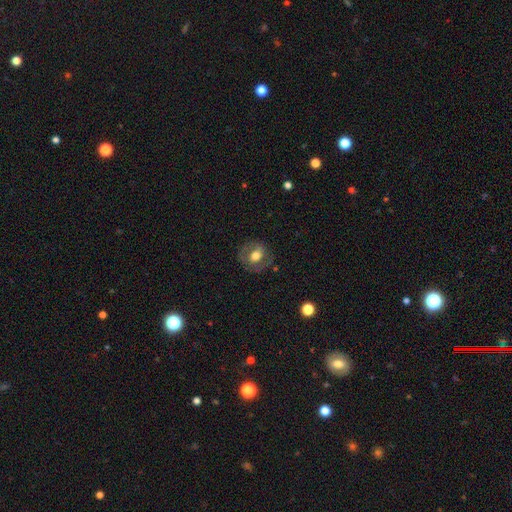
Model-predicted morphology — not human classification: Smooth or featured? Predicted: smooth (p=0.52). How rounded? Predicted: round (p=0.71). Merging? Predicted: none (p=0.75).